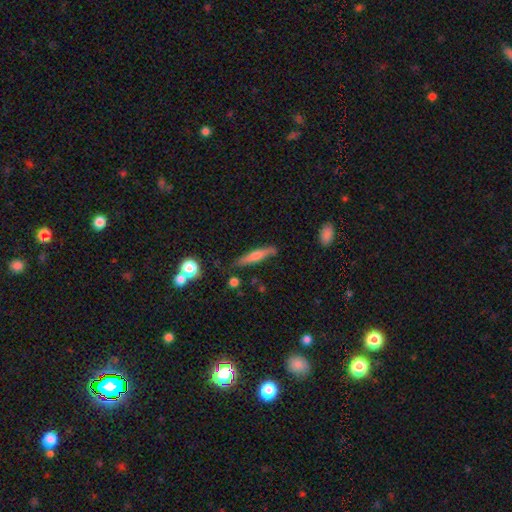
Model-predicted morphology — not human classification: type=smooth (56%); roundness=cigar-shaped (87%); merging=none (75%).